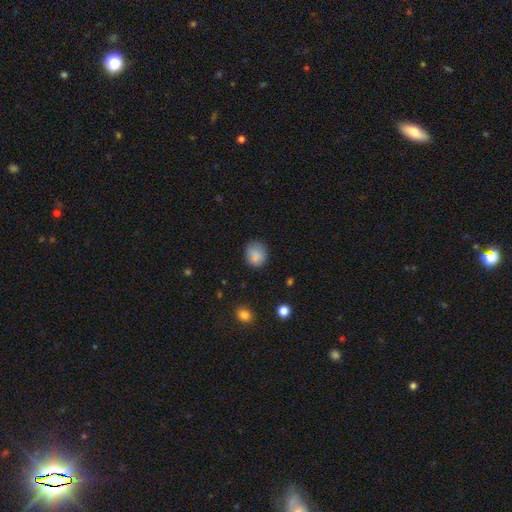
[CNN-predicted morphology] Smooth or featured? Predicted: smooth (p=0.86). How rounded? Predicted: round (p=0.74). Merging? Predicted: none (p=0.76).